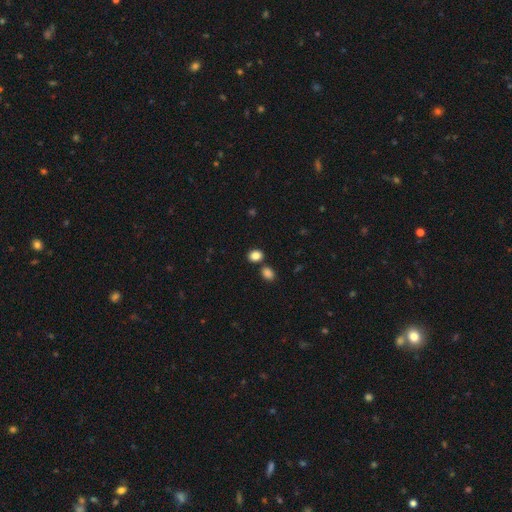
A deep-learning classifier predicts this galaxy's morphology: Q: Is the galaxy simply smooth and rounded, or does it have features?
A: smooth — 86%.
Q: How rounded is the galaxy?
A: round — 51%.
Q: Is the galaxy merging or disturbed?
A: none — 73%.